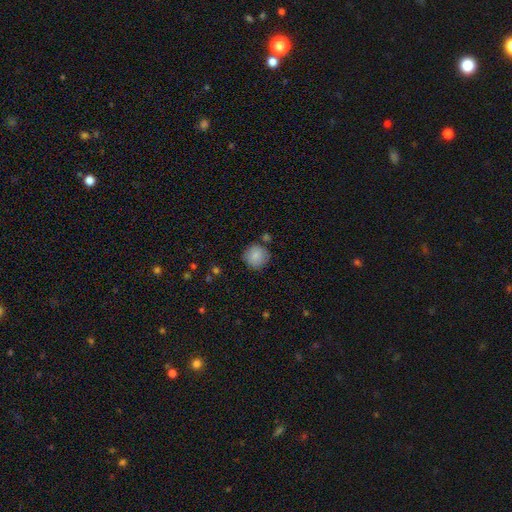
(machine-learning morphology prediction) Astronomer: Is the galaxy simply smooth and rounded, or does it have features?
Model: smooth — 85%.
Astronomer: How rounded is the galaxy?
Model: round — 93%.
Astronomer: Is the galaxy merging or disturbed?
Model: none — 80%.